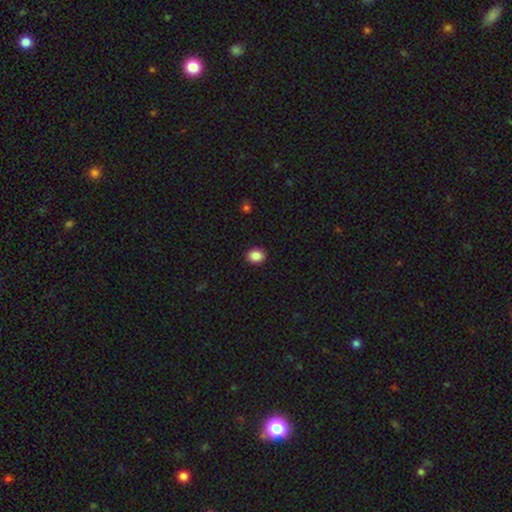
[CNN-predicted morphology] smooth 87%, star or artifact 9%, featured or disk 4%. Down the decision tree: how rounded — round (56%); merging — none (92%).